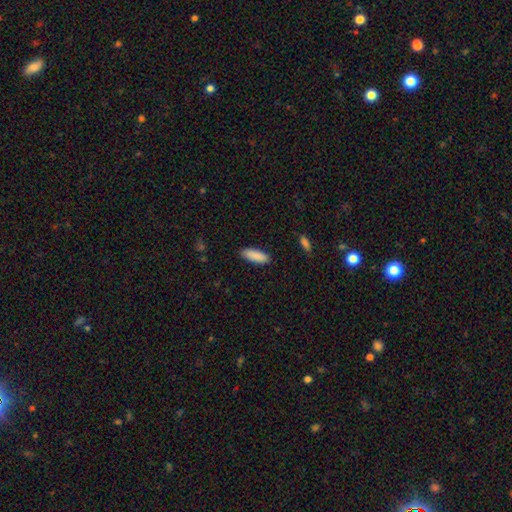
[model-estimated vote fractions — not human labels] Smooth or featured? smooth (90%)
How rounded? in between (61%)
Merging? none (89%)